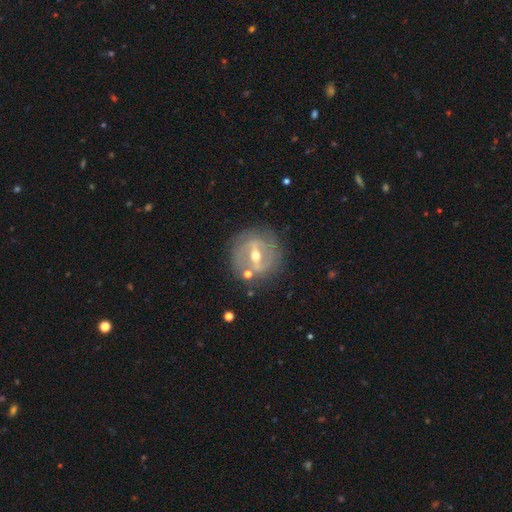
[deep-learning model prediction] The model was most divided on "spiral winding": tight: 49%, medium: 37%, loose: 14%. More confident: edge-on disk — no (92%); smooth or featured — featured or disk (84%); spiral arms — yes (80%); merging — none (78%); spiral arm count — 2 (67%); bulge size — moderate (66%); bar — strong (60%).